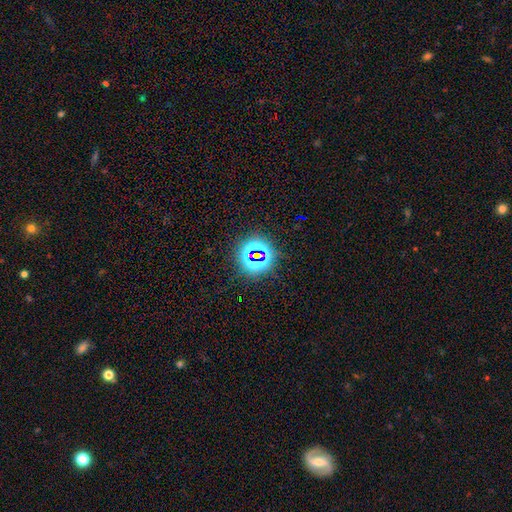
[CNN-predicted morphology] type=star or artifact (75%).